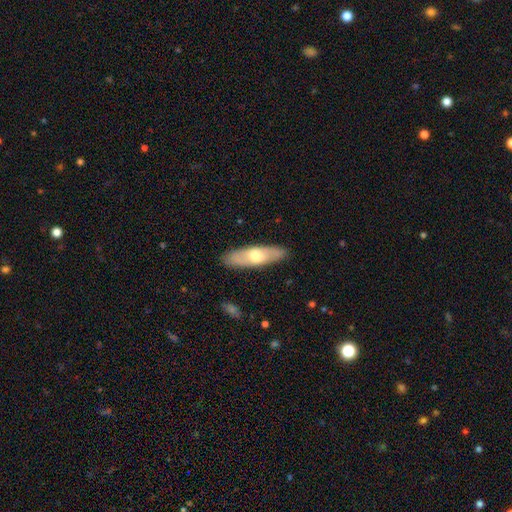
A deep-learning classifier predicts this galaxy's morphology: Q: Smooth or featured?
A: smooth (54%); runner-up: featured or disk (41%)
Q: How rounded?
A: cigar-shaped (51%); runner-up: in between (46%)
Q: Merging?
A: none (89%); runner-up: minor disturbance (8%)